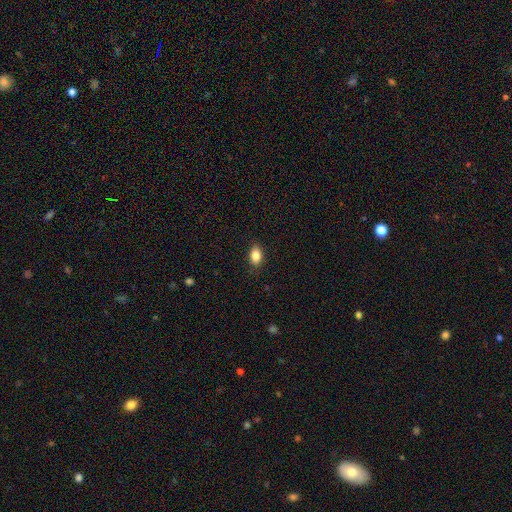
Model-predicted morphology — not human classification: A smooth galaxy with no disk features (86%) that is in between round and cigar-shaped (88%). Merging: none (86%).